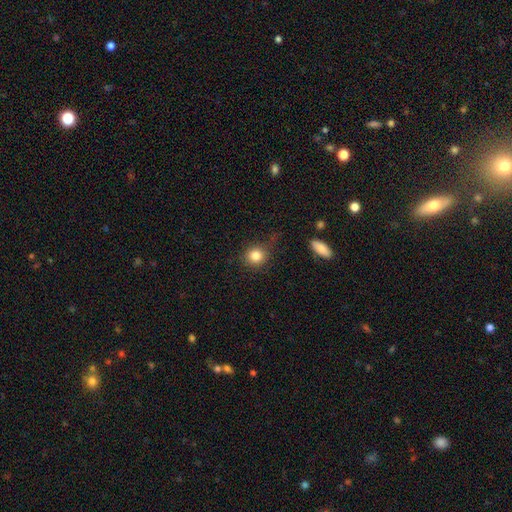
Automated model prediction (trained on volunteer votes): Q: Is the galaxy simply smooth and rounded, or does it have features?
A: smooth — 84%.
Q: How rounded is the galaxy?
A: round — 84%.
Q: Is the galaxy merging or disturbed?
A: none — 77%.